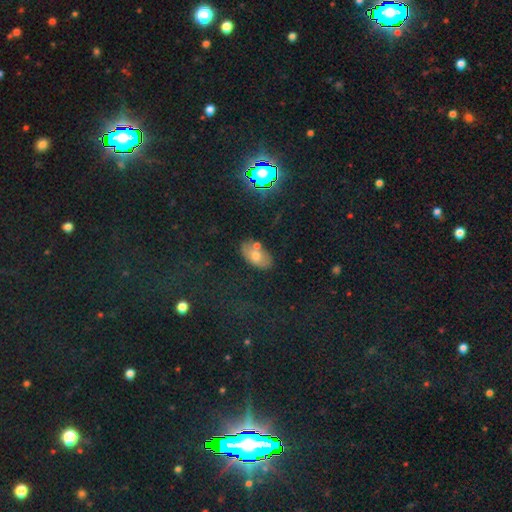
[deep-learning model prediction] Smooth or featured? smooth (57%)
How rounded? in between (88%)
Merging? none (73%)